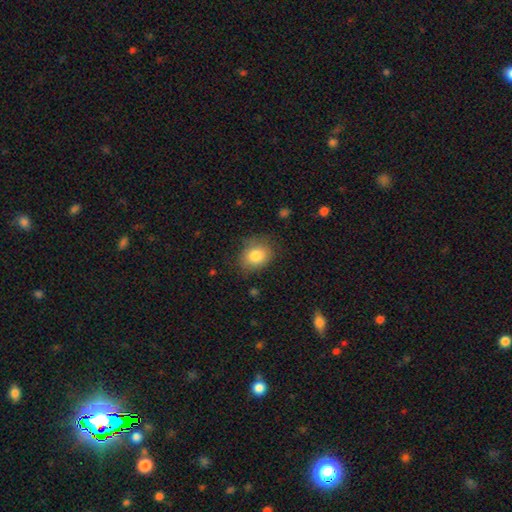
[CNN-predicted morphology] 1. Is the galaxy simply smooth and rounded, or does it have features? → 83% smooth, 9% star or artifact, 8% featured or disk.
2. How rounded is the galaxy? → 50% round, 49% in between, 1% cigar-shaped.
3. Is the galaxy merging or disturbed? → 76% none, 18% minor disturbance, 5% major disturbance, 1% merger.